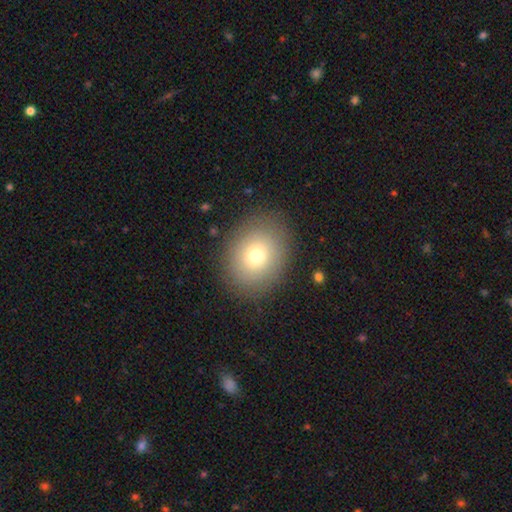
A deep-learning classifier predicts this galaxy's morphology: Smooth or featured?
  - smooth: 73% *
  - featured or disk: 15%
  - star or artifact: 11%
How rounded?
  - round: 51% *
  - in between: 48%
  - cigar-shaped: 1%
Merging?
  - none: 86% *
  - minor disturbance: 9%
  - major disturbance: 4%
  - merger: 1%